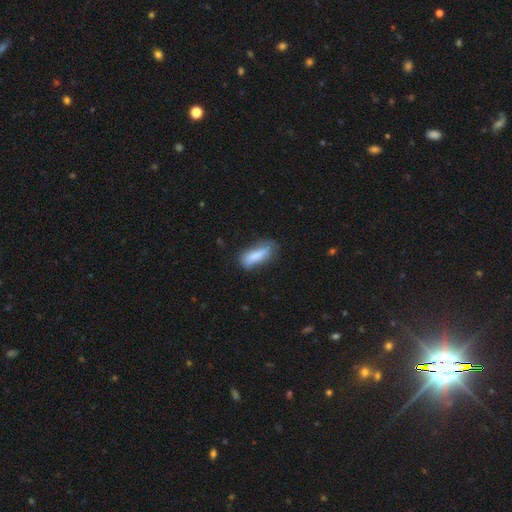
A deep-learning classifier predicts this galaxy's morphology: Smooth or featured? smooth (80%)
How rounded? in between (58%)
Merging? none (60%)